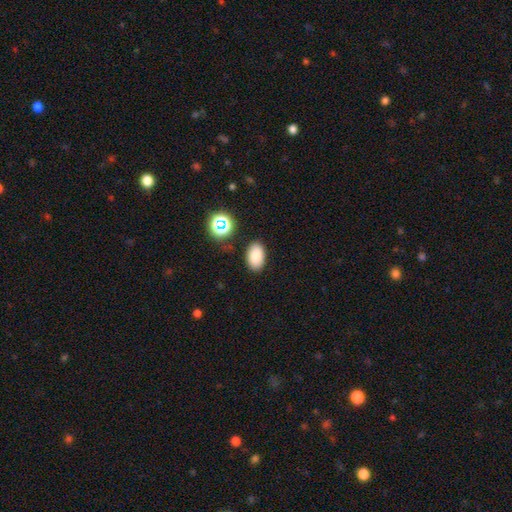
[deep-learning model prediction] Smooth or featured? smooth (83%)
How rounded? in between (91%)
Merging? none (85%)